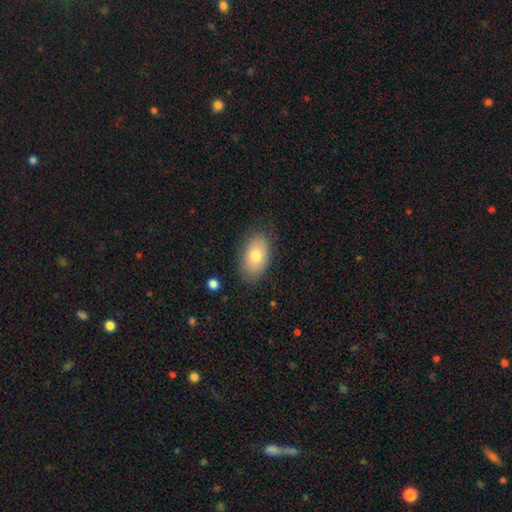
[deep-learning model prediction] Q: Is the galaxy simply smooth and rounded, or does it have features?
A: smooth — 75%.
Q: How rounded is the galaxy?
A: in between — 92%.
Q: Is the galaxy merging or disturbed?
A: none — 82%.